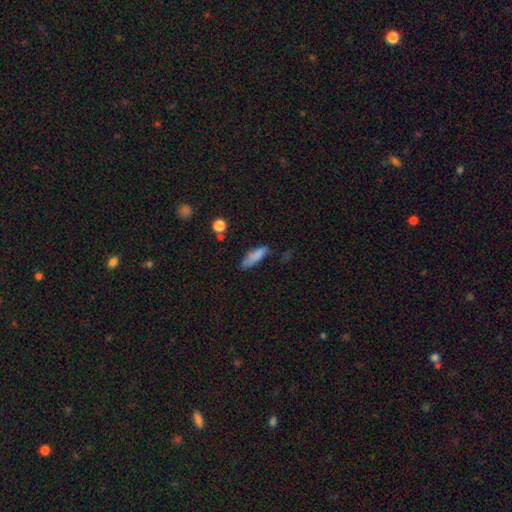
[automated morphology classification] This appears to be a smooth galaxy with no disk features (77%) that is cigar-shaped (53%). Merging: none (57%).